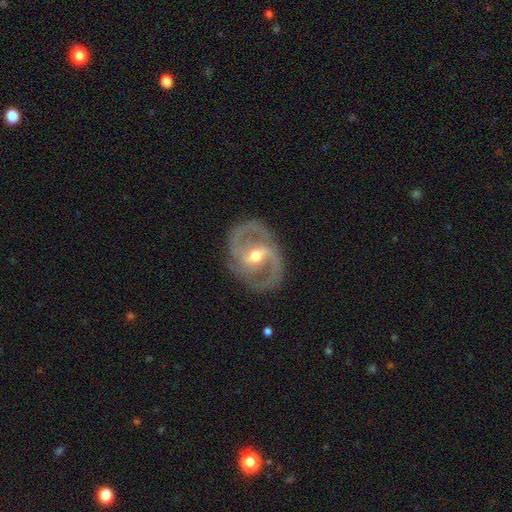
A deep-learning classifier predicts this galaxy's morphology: Smooth or featured: featured or disk — 90% (smooth — 5%)
Edge-on disk: no — 97% (yes — 3%)
Bar: weak — 47% (strong — 36%)
Spiral arms: yes — 96% (no — 4%)
Spiral winding: medium — 58% (tight — 27%)
Spiral arm count: 2 — 88% (3 — 5%)
Bulge size: moderate — 63% (small — 32%)
Merging: none — 81% (minor disturbance — 13%)